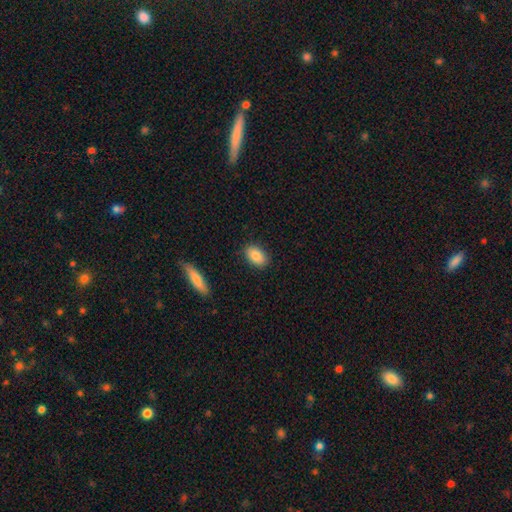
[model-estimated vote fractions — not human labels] Smooth or featured: smooth — 86% (featured or disk — 7%)
How rounded: in between — 89% (round — 9%)
Merging: none — 86% (minor disturbance — 10%)